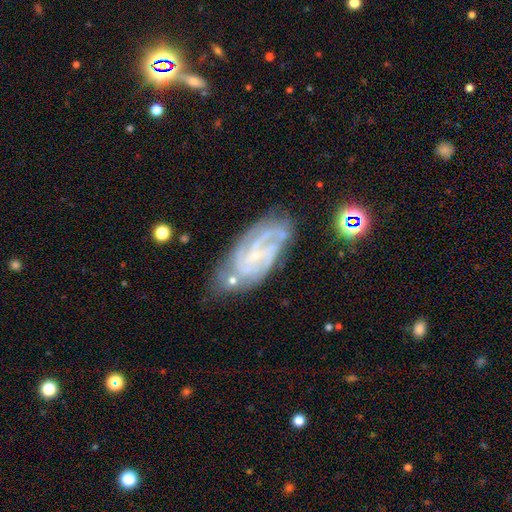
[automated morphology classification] featured or disk 85%, smooth 8%, star or artifact 7%. Down the decision tree: edge-on disk — no (95%); bar — no (49%); spiral arms — yes (96%); spiral arm count — 3 (32%); spiral winding — tight (54%); bulge size — small (79%); merging — none (63%).